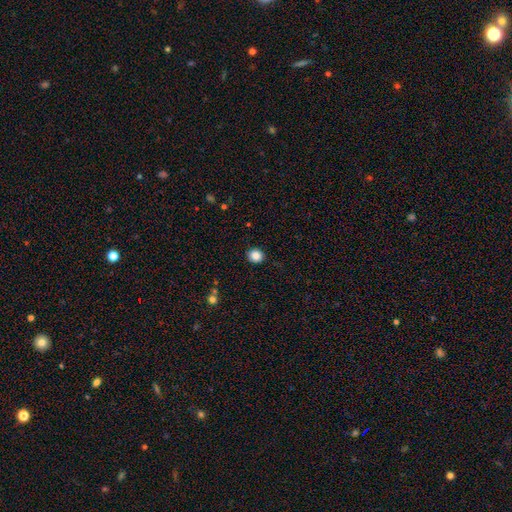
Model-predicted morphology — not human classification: smooth-or-featured: smooth: 86% | star or artifact: 10% | featured or disk: 4%
  how-rounded: round: 84% | in between: 15% | cigar-shaped: 1%
  merging: none: 91% | minor disturbance: 6% | major disturbance: 2% | merger: 1%